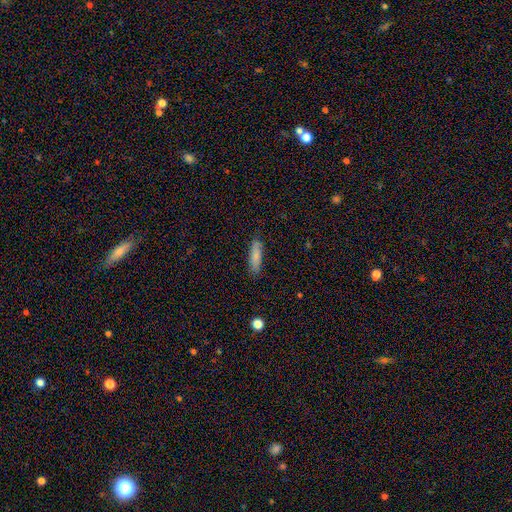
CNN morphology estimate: smooth_or_featured: smooth (p=0.81) [alt: featured or disk p=0.12]
how_rounded: cigar-shaped (p=0.68) [alt: in between p=0.30]
merging: none (p=0.82) [alt: minor disturbance p=0.14]